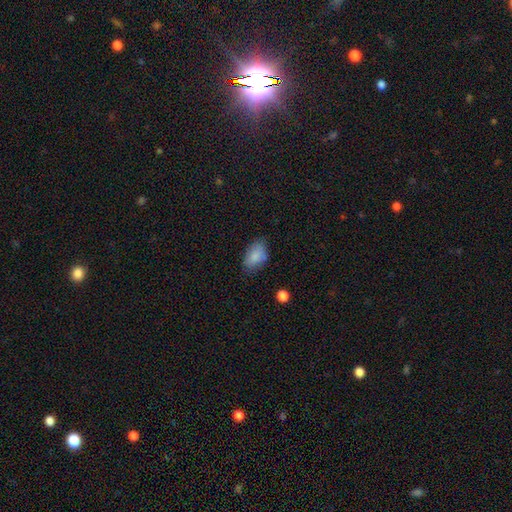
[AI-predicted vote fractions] Morphology: type=smooth (84%); roundness=in between (91%); merging=none (67%).